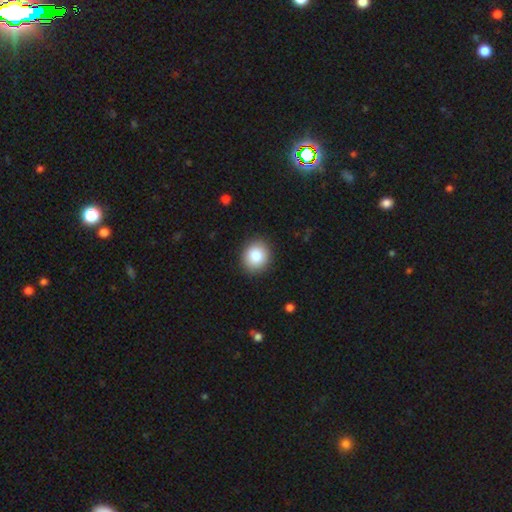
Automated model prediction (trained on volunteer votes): smooth_or_featured: smooth (p=0.84) [alt: star or artifact p=0.09]
how_rounded: round (p=0.78) [alt: in between p=0.22]
merging: none (p=0.91) [alt: minor disturbance p=0.06]